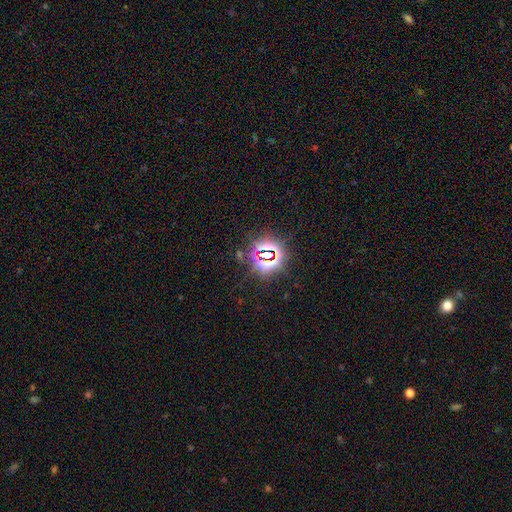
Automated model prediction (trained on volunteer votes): star or artifact 81%, smooth 12%, featured or disk 8%.